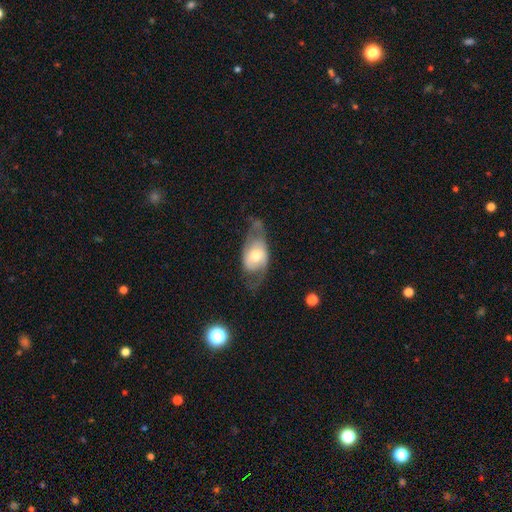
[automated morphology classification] This is possibly a featured or disk galaxy (58%). It is clearly not viewed edge-on (89%). Bar: likely no (66%). Spiral arm pattern: likely yes (67%). Central bulge: likely moderate (64%). Merging: possibly none (45%).